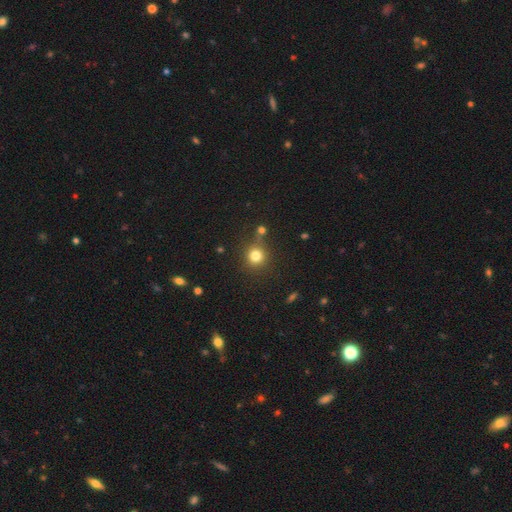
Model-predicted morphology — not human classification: A smooth galaxy with no disk features (79%) that is round (91%).

Vote fractions:
- Smooth or featured? smooth: 79% / star or artifact: 15% / featured or disk: 7%
- How rounded? round: 91% / in between: 8% / cigar-shaped: 1%
- Merging? none: 76% / merger: 10% / minor disturbance: 10% / major disturbance: 4%